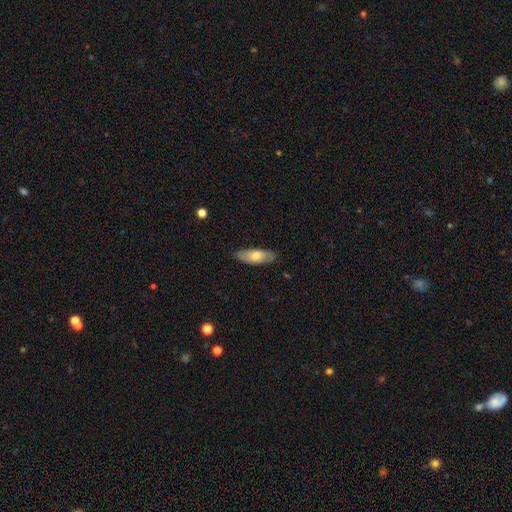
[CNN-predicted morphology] A smooth galaxy with no disk features (64%) that is in between round and cigar-shaped (73%). Merging: none (85%).